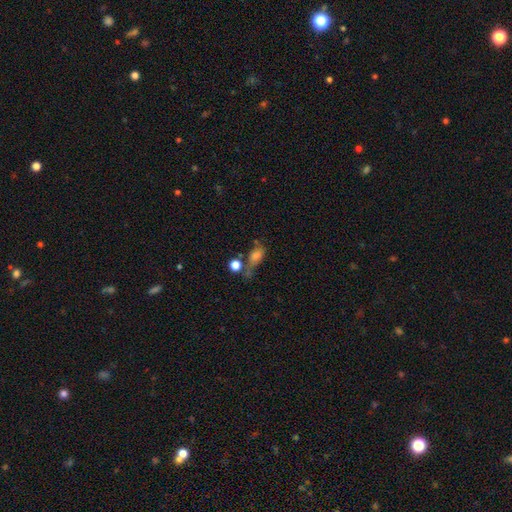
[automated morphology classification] A smooth galaxy with no disk features (52%) that is in between round and cigar-shaped (64%). Merging: none (37%).